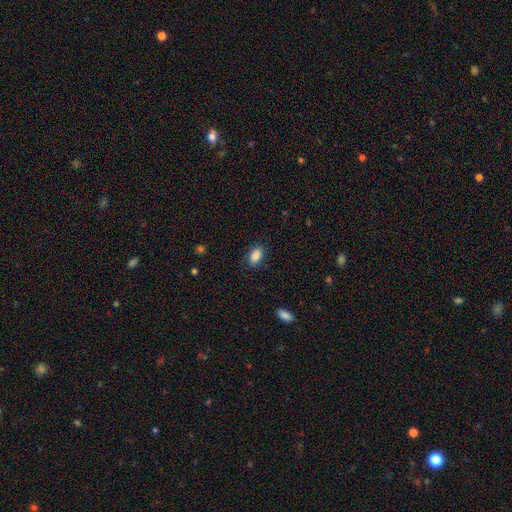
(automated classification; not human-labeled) A smooth galaxy with no disk features (89%) that is in between round and cigar-shaped (91%). Merging: none (84%).